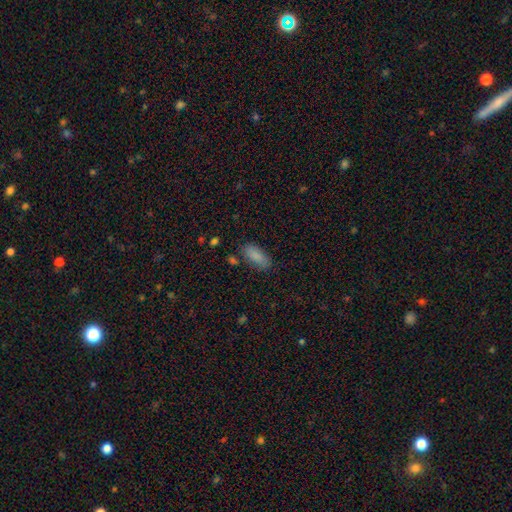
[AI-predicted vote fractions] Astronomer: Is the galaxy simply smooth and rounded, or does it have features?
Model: smooth — 86%.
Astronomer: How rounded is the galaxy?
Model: in between — 85%.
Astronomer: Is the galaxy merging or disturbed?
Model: none — 77%.